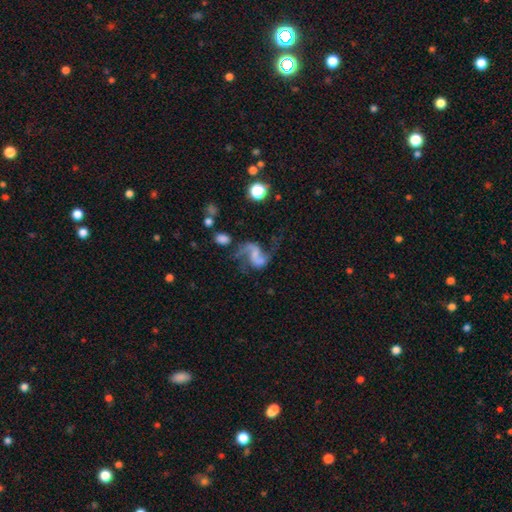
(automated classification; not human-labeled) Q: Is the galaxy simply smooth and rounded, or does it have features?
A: featured or disk — 78%.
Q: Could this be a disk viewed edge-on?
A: no — 98%.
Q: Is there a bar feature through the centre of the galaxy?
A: no — 43%.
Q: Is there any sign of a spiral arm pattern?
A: yes — 91%.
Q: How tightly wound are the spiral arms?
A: loose — 74%.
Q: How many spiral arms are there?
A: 2 — 88%.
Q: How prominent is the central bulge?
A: none — 57%.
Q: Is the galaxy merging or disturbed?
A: none — 43%.